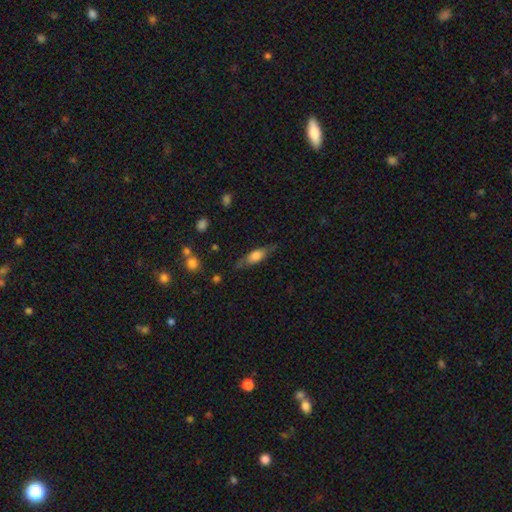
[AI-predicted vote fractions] A smooth galaxy with no disk features (53%) that is in between round and cigar-shaped (54%). Merging: none (73%).